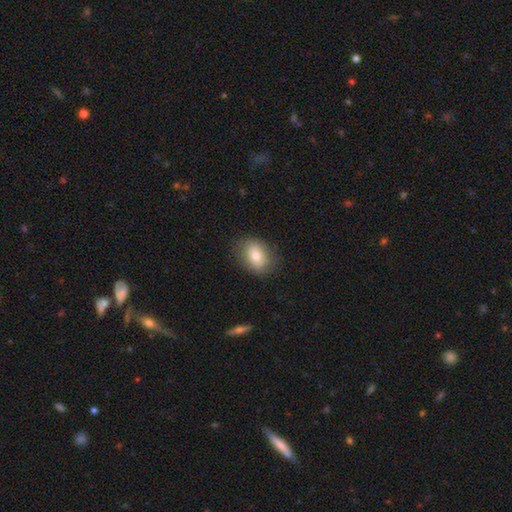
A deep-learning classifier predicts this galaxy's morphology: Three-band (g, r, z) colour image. It shows a smooth galaxy with no disk features (78%) that is in between round and cigar-shaped (75%). Merging: none (82%).